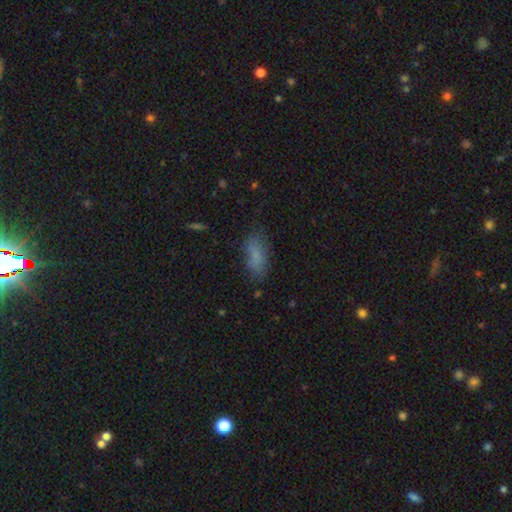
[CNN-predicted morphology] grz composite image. It shows a smooth galaxy with no disk features (78%) that is in between round and cigar-shaped (78%). Merging: none (67%).